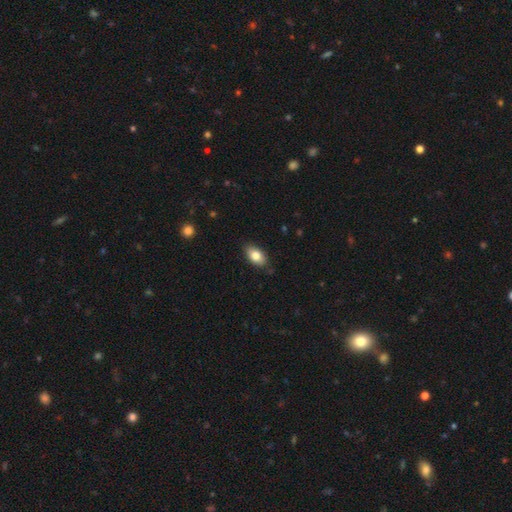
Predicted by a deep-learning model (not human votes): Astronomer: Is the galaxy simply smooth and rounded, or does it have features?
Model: smooth — 81%.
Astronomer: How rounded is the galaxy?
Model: in between — 91%.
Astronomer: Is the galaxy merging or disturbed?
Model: none — 84%.